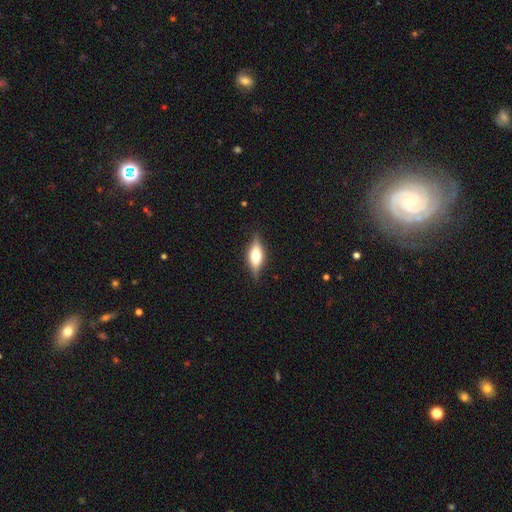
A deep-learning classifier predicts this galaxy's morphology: type=featured or disk (53%); edge-on=yes (91%); merging=none (84%).